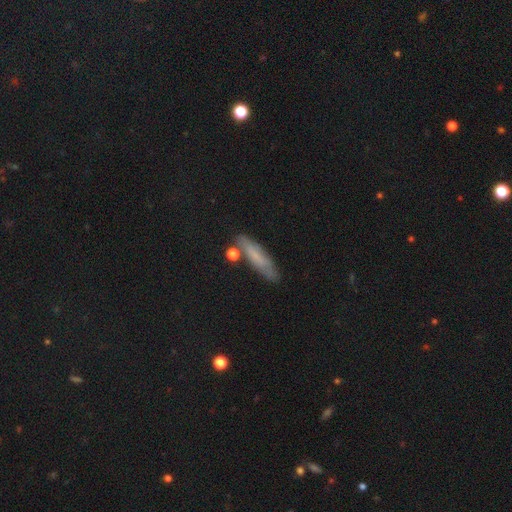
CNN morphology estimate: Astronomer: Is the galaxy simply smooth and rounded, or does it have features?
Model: smooth — 60%.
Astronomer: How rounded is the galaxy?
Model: cigar-shaped — 74%.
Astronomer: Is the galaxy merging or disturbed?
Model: none — 72%.